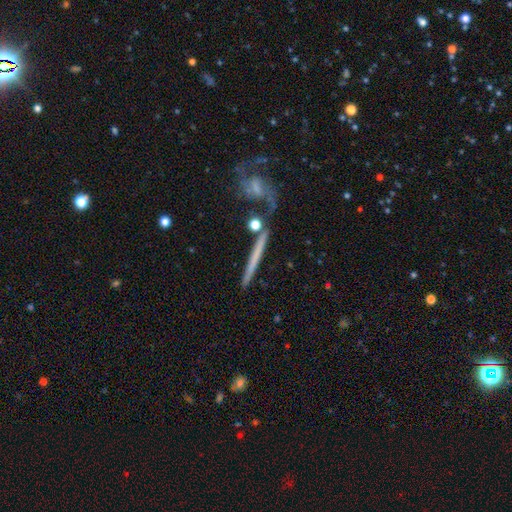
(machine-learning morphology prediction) Q: Smooth or featured?
A: featured or disk (56%); runner-up: smooth (37%)
Q: Edge-on disk?
A: yes (88%); runner-up: no (12%)
Q: Merging?
A: none (77%); runner-up: minor disturbance (11%)